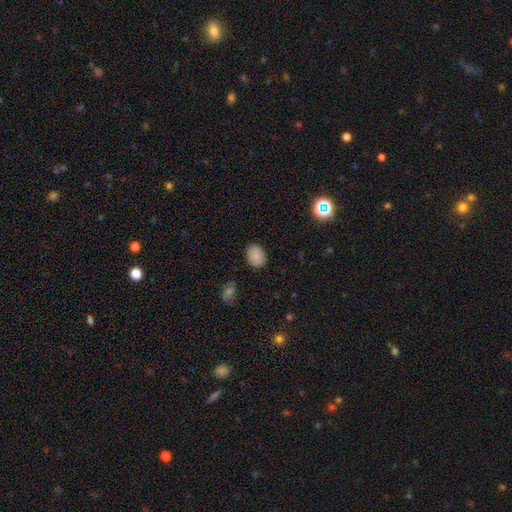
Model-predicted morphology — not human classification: smooth-or-featured: smooth: 86% | star or artifact: 10% | featured or disk: 4%
  how-rounded: in between: 68% | round: 31% | cigar-shaped: 1%
  merging: none: 87% | minor disturbance: 9% | major disturbance: 2% | merger: 1%